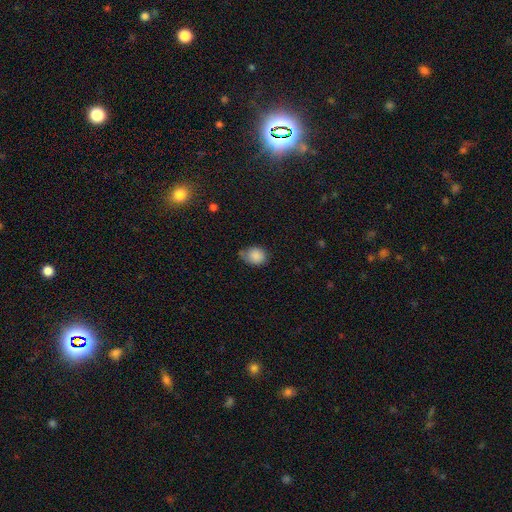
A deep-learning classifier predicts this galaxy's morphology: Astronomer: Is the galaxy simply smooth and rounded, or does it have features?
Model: smooth — 85%.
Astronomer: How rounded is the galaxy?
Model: round — 54% (runner-up: in between, 45%).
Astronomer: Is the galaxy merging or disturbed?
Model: none — 50% (runner-up: minor disturbance, 35%).